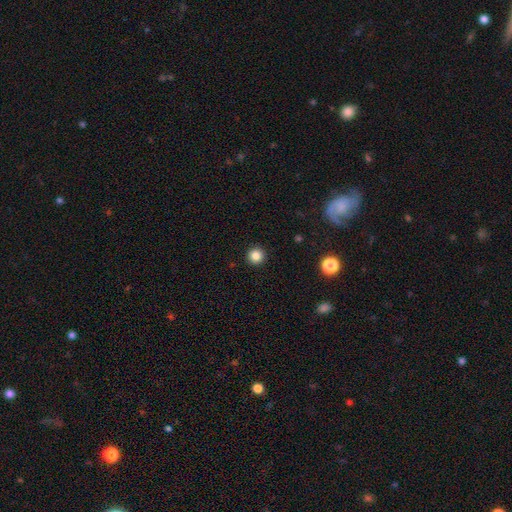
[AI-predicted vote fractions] The model was most divided on "smooth or featured": smooth: 85%, star or artifact: 11%, featured or disk: 4%. More confident: how rounded — round (96%); merging — none (93%).